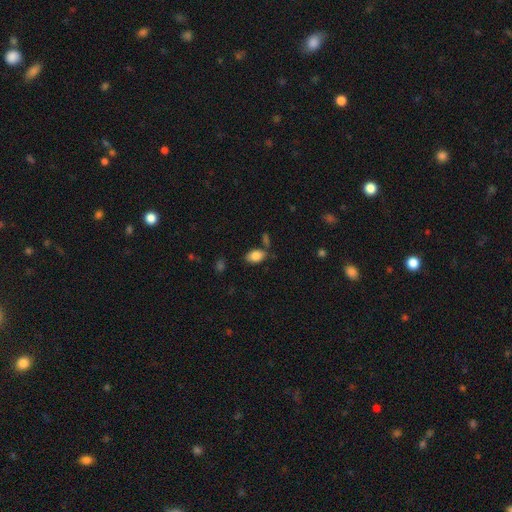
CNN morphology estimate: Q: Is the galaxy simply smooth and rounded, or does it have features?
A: smooth — 85%.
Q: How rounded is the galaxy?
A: in between — 91%.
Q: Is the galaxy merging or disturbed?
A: none — 73%.